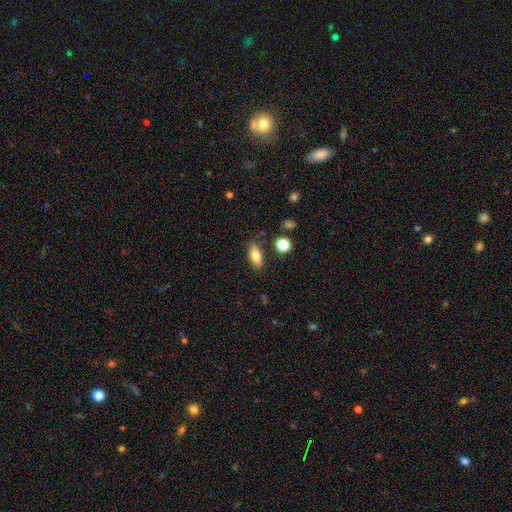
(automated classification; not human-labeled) smooth 81%, featured or disk 11%, star or artifact 8%. Down the decision tree: how rounded — in between (80%); merging — none (81%).